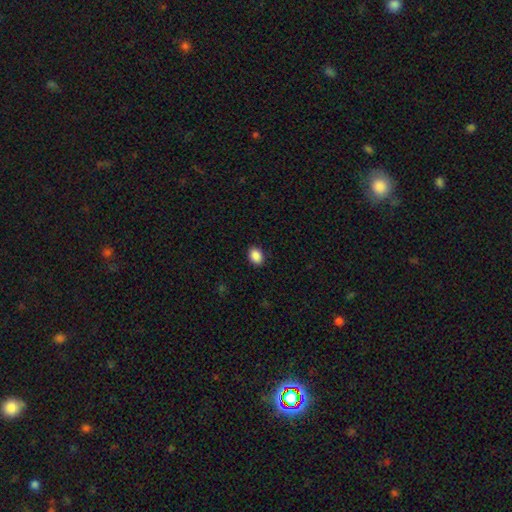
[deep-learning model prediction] Smooth or featured? smooth (89%)
How rounded? in between (67%)
Merging? none (89%)